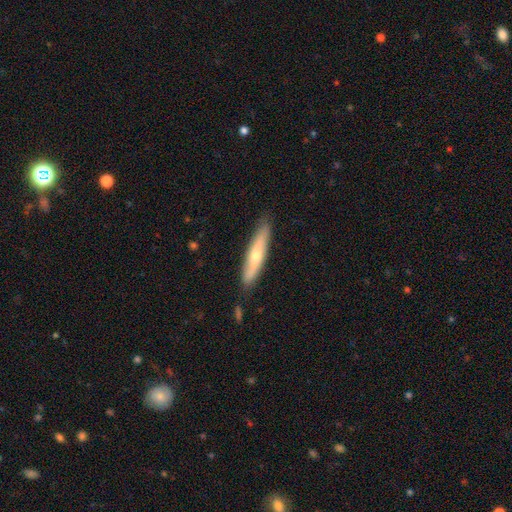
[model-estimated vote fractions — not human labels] Smooth or featured?
  - featured or disk: 48% *
  - smooth: 44%
  - star or artifact: 8%
Merging?
  - none: 86% *
  - minor disturbance: 11%
  - major disturbance: 2%
  - merger: 1%